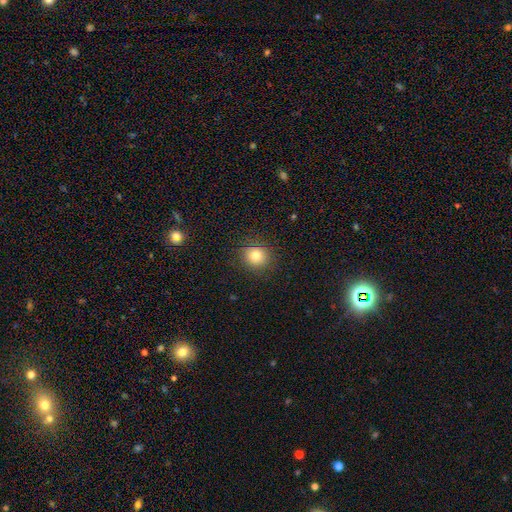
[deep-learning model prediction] This appears to be a smooth galaxy with no disk features (80%) that is round (85%). Merging: none (89%).